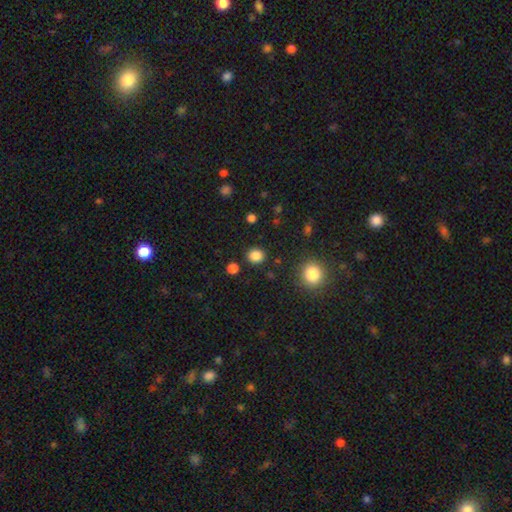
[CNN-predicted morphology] Smooth or featured? smooth (84%)
How rounded? round (73%)
Merging? none (87%)